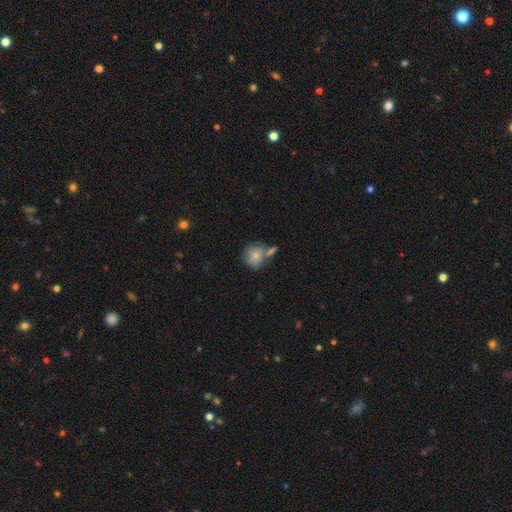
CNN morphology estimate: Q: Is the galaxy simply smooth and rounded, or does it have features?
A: smooth — 78%.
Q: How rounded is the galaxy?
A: round — 83%.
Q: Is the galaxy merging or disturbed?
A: none — 50%.